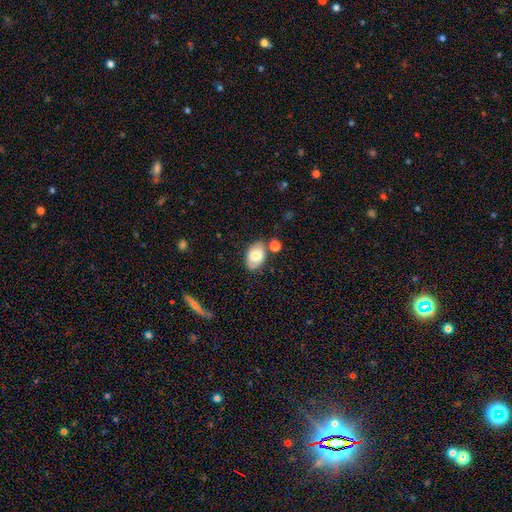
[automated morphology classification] Smooth or featured: smooth — 73% (featured or disk — 20%)
How rounded: in between — 90% (round — 9%)
Merging: none — 67% (minor disturbance — 17%)